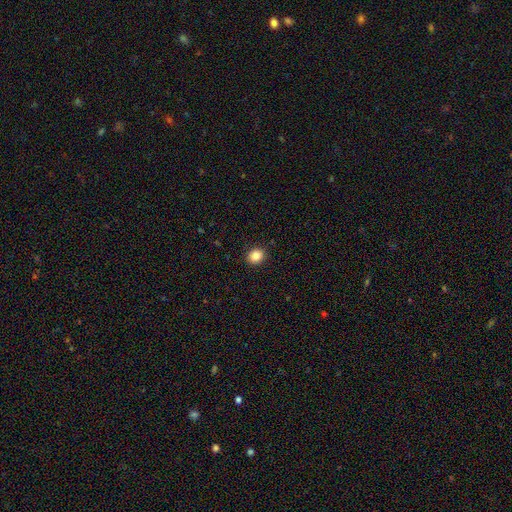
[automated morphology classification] Smooth or featured: smooth — 85% (star or artifact — 10%)
How rounded: round — 73% (in between — 26%)
Merging: none — 91% (minor disturbance — 6%)